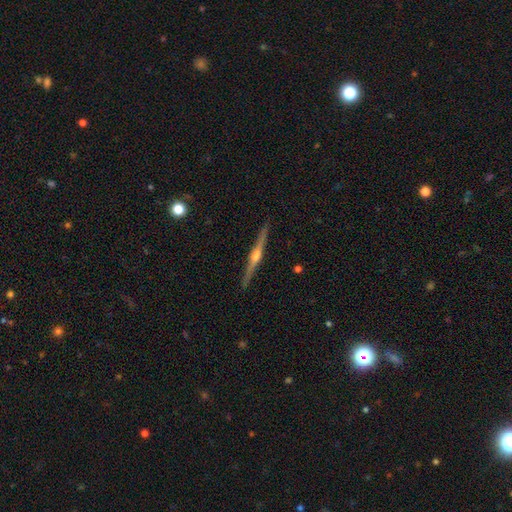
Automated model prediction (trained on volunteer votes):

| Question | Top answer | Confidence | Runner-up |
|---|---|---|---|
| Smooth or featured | featured or disk | 84% | smooth (11%) |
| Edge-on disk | yes | 98% | no (2%) |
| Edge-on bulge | rounded | 88% | boxy (7%) |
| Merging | none | 92% | minor disturbance (6%) |